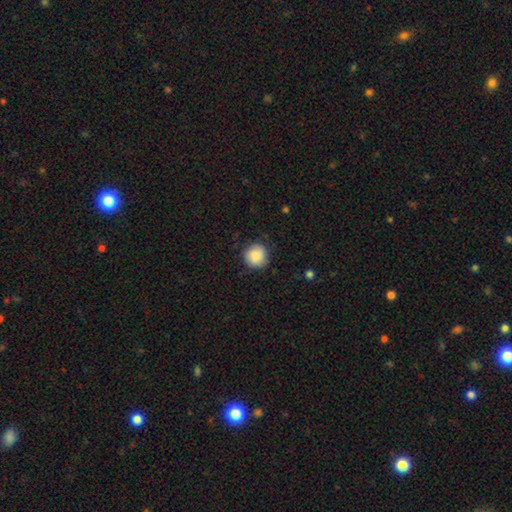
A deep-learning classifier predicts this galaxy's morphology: This is clearly a smooth galaxy (86%). How rounded: clearly round (92%). Merging: clearly none (82%).